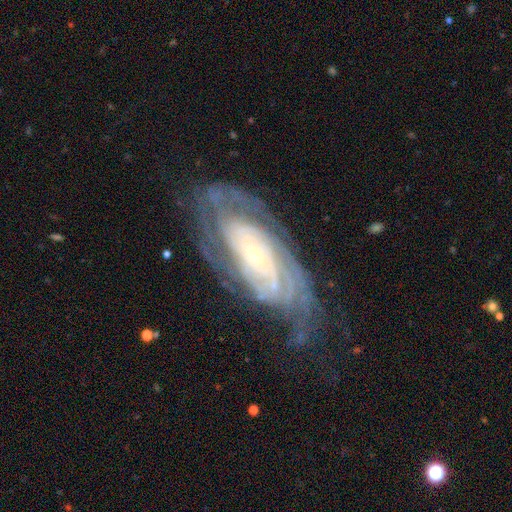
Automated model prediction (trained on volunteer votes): A featured or disk galaxy (84%) with no bar (73%), tight (74%) spiral arms (93%) and a small central bulge (79%).

Vote fractions:
- Smooth or featured? featured or disk: 84% / smooth: 10% / star or artifact: 6%
- Edge-on disk? no: 92% / yes: 8%
- Bar? no: 73% / weak: 19% / strong: 8%
- Spiral arms? yes: 93% / no: 7%
- Spiral winding? tight: 74% / medium: 21% / loose: 6%
- Spiral arm count? can't tell: 44% / 2: 19% / 3: 13% / 4: 11% / more than 4: 8% / 1: 5%
- Bulge size? small: 79% / moderate: 15% / large: 2% / none: 2% / dominant: 1%
- Merging? none: 64% / minor disturbance: 21% / major disturbance: 13% / merger: 2%